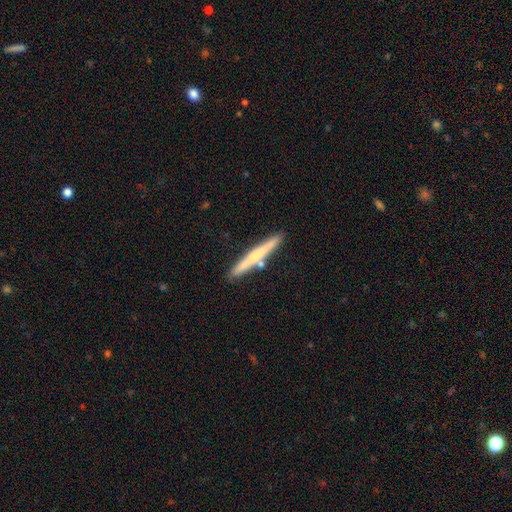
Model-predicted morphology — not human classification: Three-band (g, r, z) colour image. It shows a smooth galaxy with no disk features (52%) that is cigar-shaped (96%). Merging: none (84%).